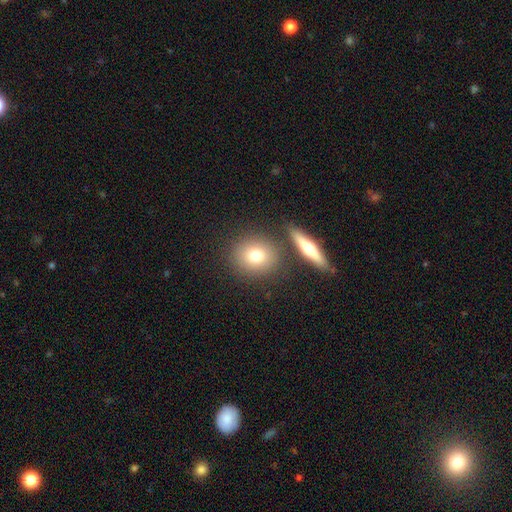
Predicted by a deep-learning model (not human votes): This is likely a smooth galaxy (74%). How rounded: likely round (74%). Merging: likely none (77%).